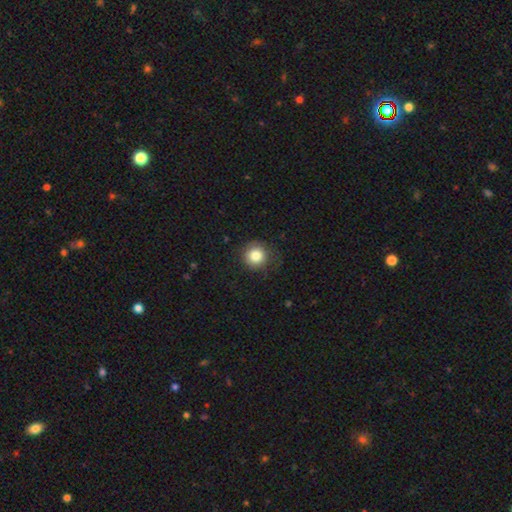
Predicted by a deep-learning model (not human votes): This is clearly a smooth galaxy (83%). How rounded: clearly round (93%). Merging: likely none (79%).